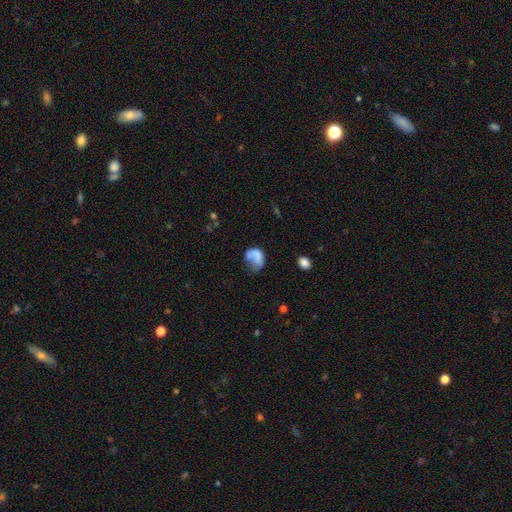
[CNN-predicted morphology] Q: Smooth or featured?
A: smooth (64%); runner-up: featured or disk (26%)
Q: How rounded?
A: in between (67%); runner-up: round (31%)
Q: Merging?
A: major disturbance (41%); runner-up: none (25%)